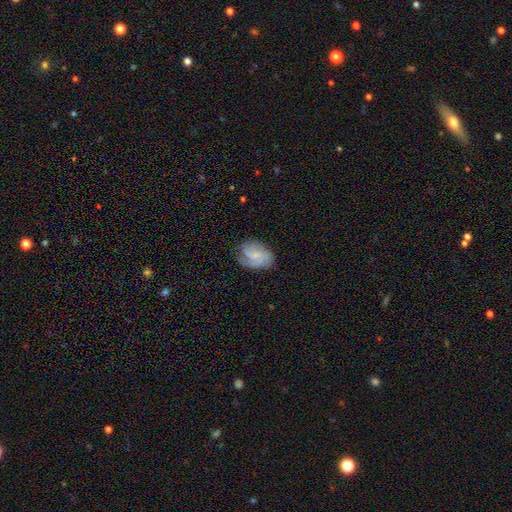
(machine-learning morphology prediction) This appears to be a featured or disk galaxy (58%) with no bar (57%), 3 (31%) medium (43%) spiral arms (91%) and a small central bulge (53%). Merging: none (68%).